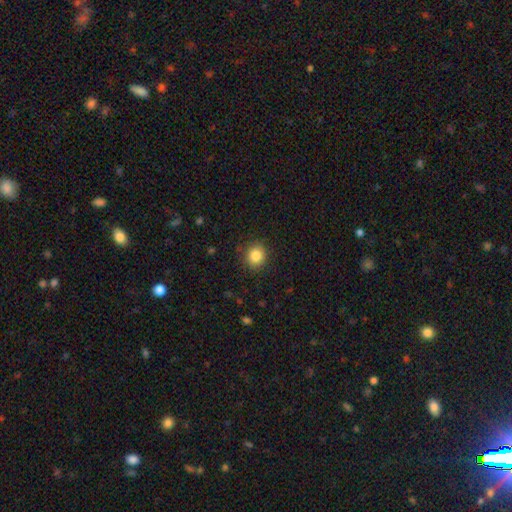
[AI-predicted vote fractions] This is clearly a smooth galaxy (84%). How rounded: clearly round (85%). Merging: clearly none (89%).